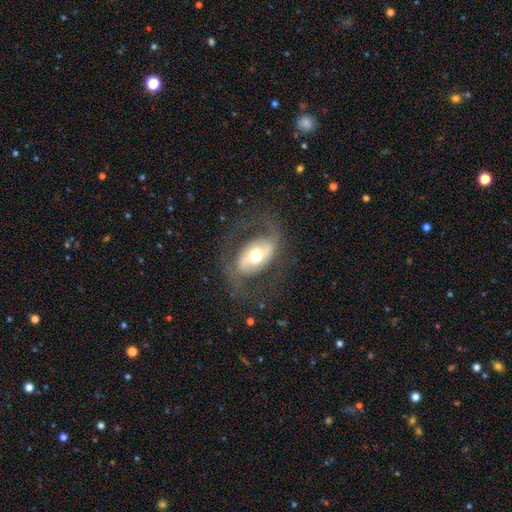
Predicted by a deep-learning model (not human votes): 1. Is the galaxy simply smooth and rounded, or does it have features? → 72% featured or disk, 22% smooth, 6% star or artifact.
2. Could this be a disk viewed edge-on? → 93% no, 7% yes.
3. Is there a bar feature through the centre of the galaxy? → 35% no (tied), 35% strong (tied), 30% weak.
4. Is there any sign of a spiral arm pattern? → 73% yes, 27% no.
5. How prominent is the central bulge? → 68% moderate, 18% large, 10% small, 2% dominant, 1% none.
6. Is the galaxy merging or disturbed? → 67% none, 17% major disturbance, 15% minor disturbance, 1% merger.